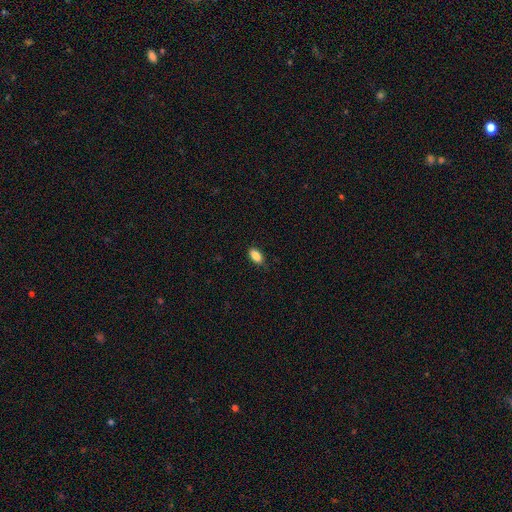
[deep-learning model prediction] Q: Smooth or featured?
A: smooth (88%); runner-up: star or artifact (8%)
Q: How rounded?
A: in between (91%); runner-up: cigar-shaped (5%)
Q: Merging?
A: none (84%); runner-up: minor disturbance (13%)